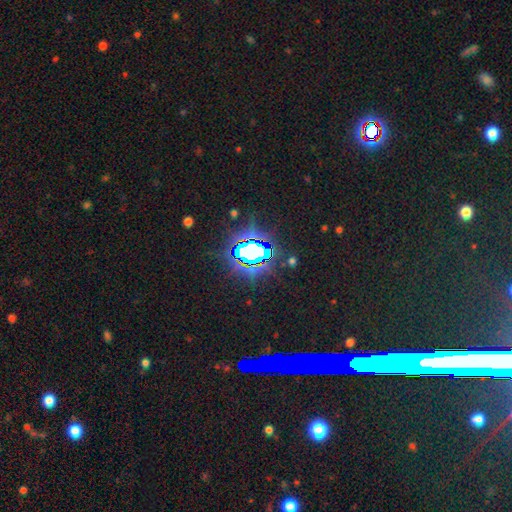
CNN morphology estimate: Smooth or featured?
  - star or artifact: 81% *
  - smooth: 10%
  - featured or disk: 9%